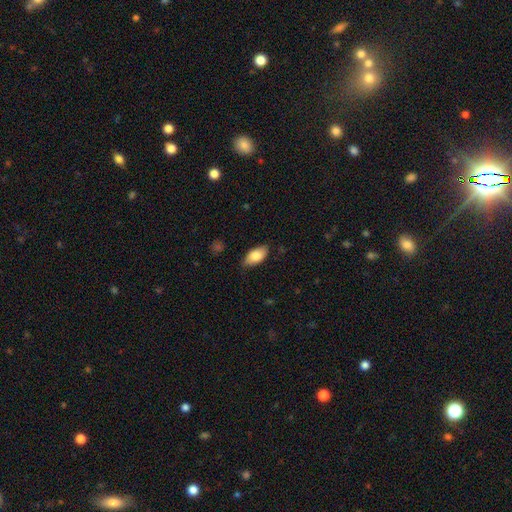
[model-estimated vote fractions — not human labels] Smooth or featured? Predicted: smooth (p=0.82). How rounded? Predicted: in between (p=0.91). Merging? Predicted: none (p=0.80).